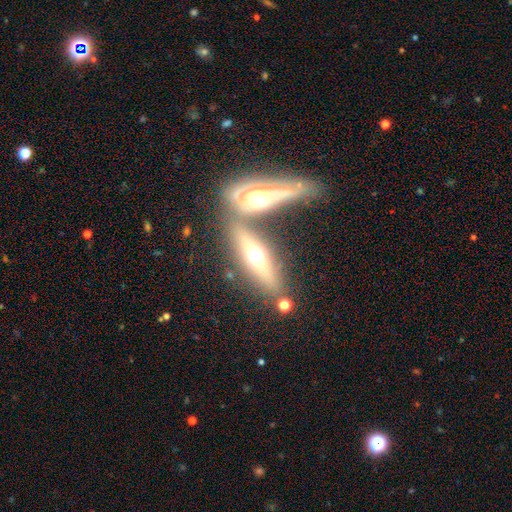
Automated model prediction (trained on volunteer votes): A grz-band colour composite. It shows a featured or disk galaxy (61%) viewed edge-on (85%) with a rounded central bulge (93%). Merging: none (50%).